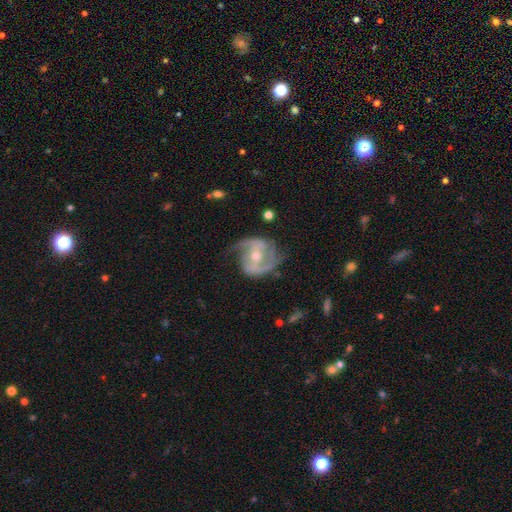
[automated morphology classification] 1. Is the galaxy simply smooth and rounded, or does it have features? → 88% featured or disk, 7% smooth, 6% star or artifact.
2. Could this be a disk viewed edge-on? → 97% no, 3% yes.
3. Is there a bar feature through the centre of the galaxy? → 38% weak, 33% no, 30% strong.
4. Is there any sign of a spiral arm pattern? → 96% yes, 4% no.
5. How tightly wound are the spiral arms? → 48% medium, 26% tight, 26% loose.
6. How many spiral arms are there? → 82% 2, 6% can't tell, 5% 3, 3% 1, 2% 4, 2% more than 4.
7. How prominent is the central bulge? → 49% moderate, 48% small, 1% large, 1% none, 1% dominant.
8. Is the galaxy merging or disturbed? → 67% none, 20% minor disturbance, 11% major disturbance, 2% merger.